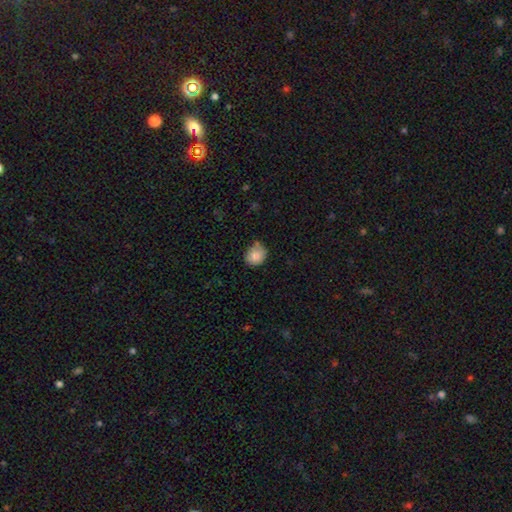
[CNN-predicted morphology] smooth-or-featured: smooth: 83% | star or artifact: 9% | featured or disk: 8%
  how-rounded: round: 70% | in between: 29% | cigar-shaped: 1%
  merging: none: 65% | minor disturbance: 26% | merger: 5% | major disturbance: 4%